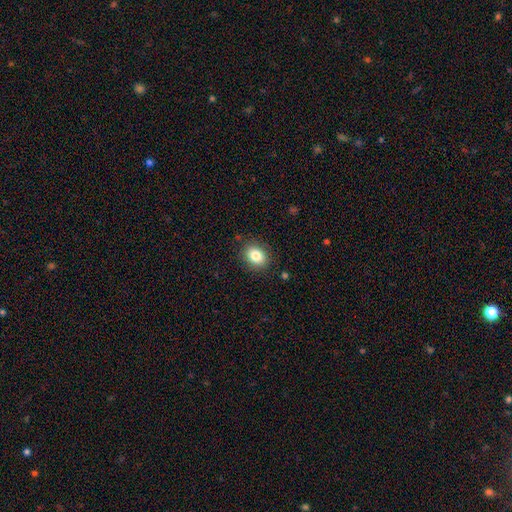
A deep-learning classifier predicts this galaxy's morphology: Overall: smooth (83%). How rounded: in between (51%; round 48%). Merging: none (86%).